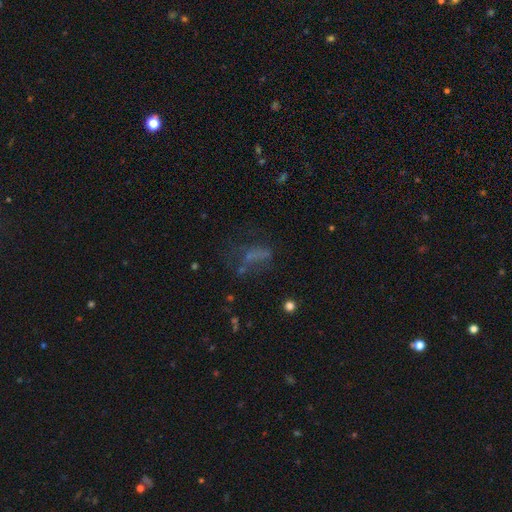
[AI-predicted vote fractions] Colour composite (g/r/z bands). It shows a smooth galaxy with no disk features (36%). Merging: none (42%).